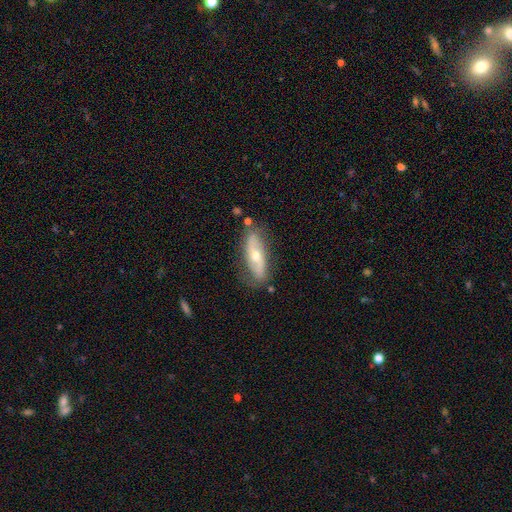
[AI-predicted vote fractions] This appears to be a featured or disk galaxy (62%). Merging: none (74%).